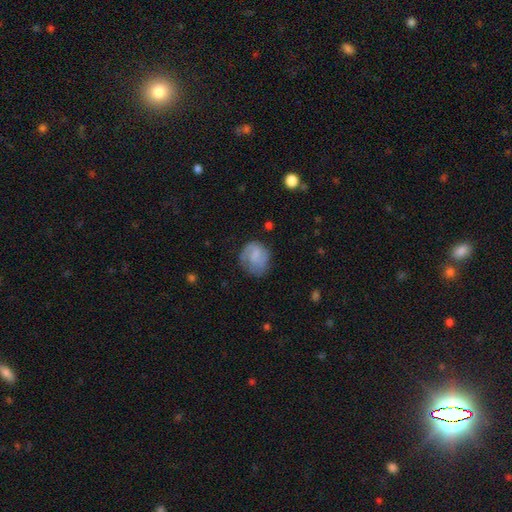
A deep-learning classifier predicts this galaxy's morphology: This is possibly a smooth galaxy (58%). How rounded: likely round (71%). Merging: possibly none (57%).